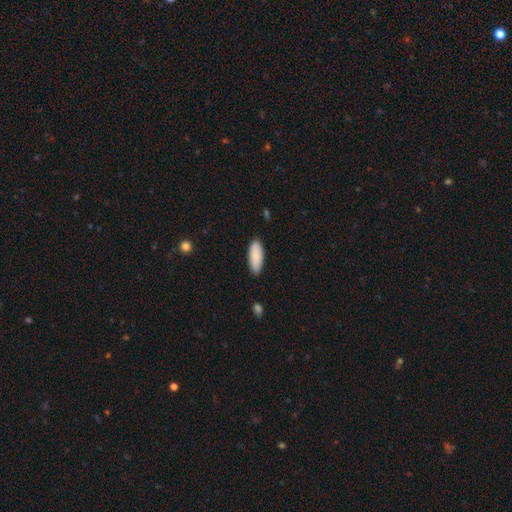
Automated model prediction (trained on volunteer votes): smooth_or_featured: smooth (p=0.90) [alt: star or artifact p=0.05]
how_rounded: in between (p=0.76) [alt: cigar-shaped p=0.22]
merging: none (p=0.87) [alt: minor disturbance p=0.10]